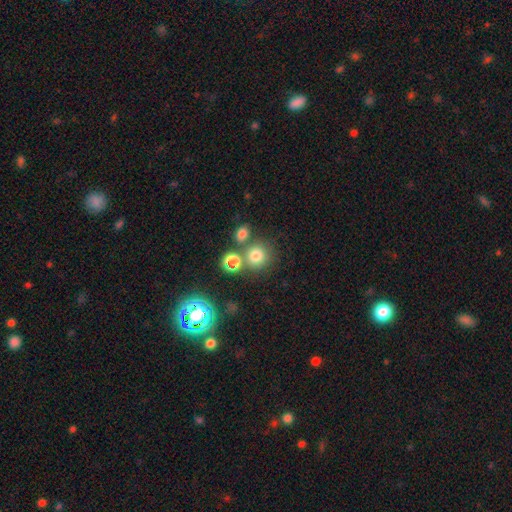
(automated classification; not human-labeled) The model was most divided on "merging": none: 66%, merger: 19%, minor disturbance: 10%, major disturbance: 4%. More confident: how rounded — round (86%); smooth or featured — smooth (74%).